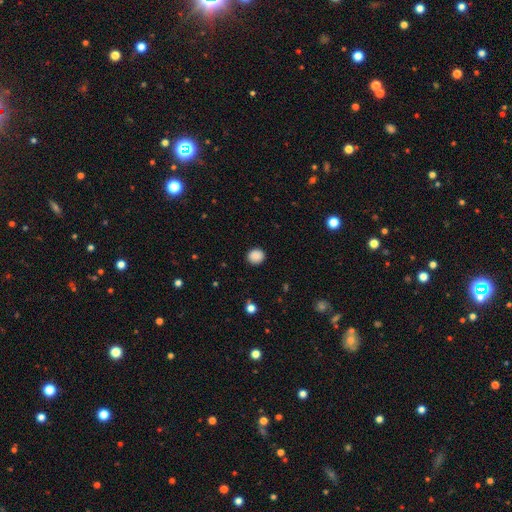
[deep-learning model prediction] smooth-or-featured: smooth: 88% | star or artifact: 10% | featured or disk: 3%
  how-rounded: round: 83% | in between: 17% | cigar-shaped: 1%
  merging: none: 90% | minor disturbance: 7% | major disturbance: 2% | merger: 1%